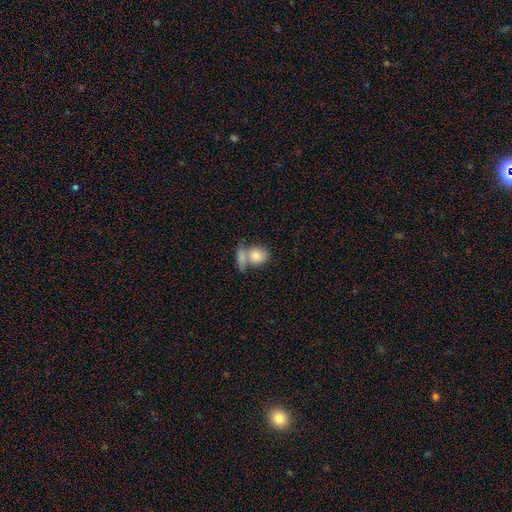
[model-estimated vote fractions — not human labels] smooth 80%, featured or disk 13%, star or artifact 7%. Down the decision tree: how rounded — round (52%); merging — merger (51%).